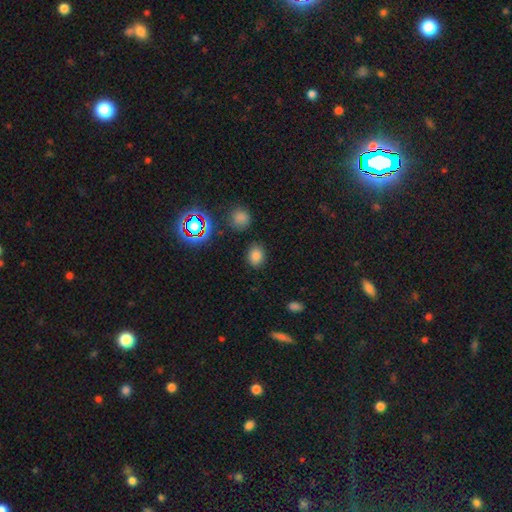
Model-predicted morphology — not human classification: Smooth or featured? smooth (79%)
How rounded? in between (58%)
Merging? none (84%)